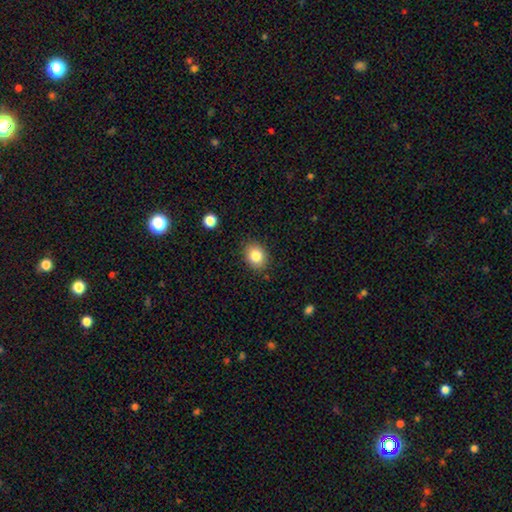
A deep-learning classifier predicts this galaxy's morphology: Smooth or featured? Predicted: smooth (p=0.83). How rounded? Predicted: round (p=0.52). Merging? Predicted: none (p=0.87).